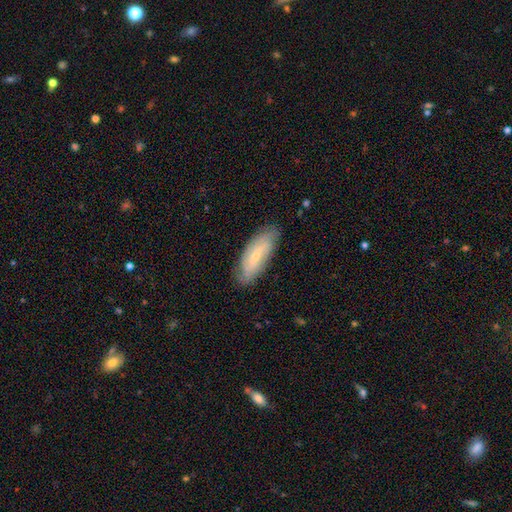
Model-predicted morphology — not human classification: This appears to be a featured or disk galaxy (50%). Merging: none (79%).